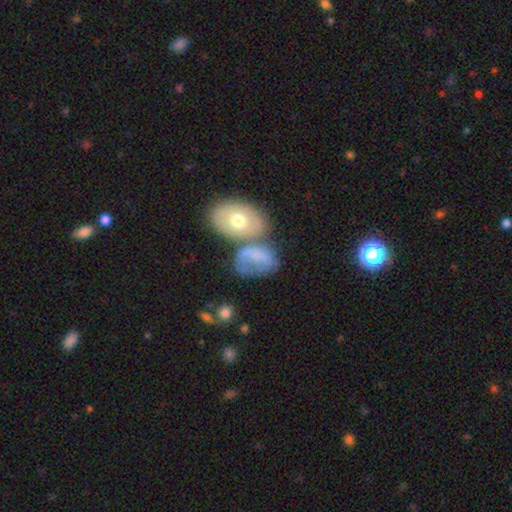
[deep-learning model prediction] Smooth or featured? smooth (56%)
How rounded? in between (79%)
Merging? merger (33%)